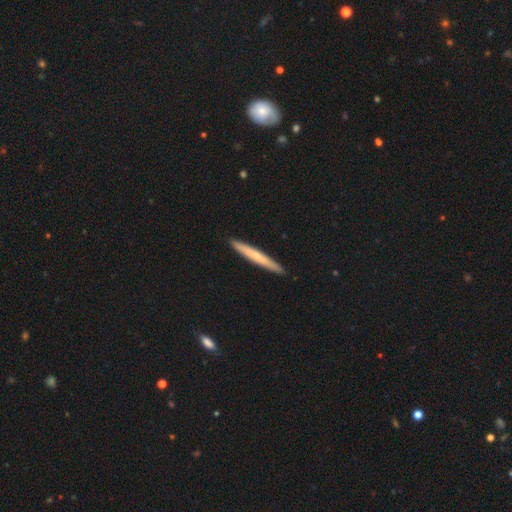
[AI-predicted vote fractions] This appears to be a smooth galaxy with no disk features (57%) that is cigar-shaped (96%). Merging: none (92%).